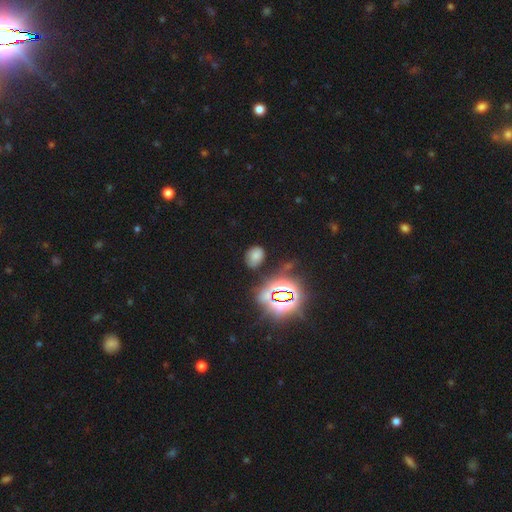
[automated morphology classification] The model was most divided on "how rounded": in between: 64%, round: 35%, cigar-shaped: 1%. More confident: merging — none (70%); smooth or featured — smooth (61%).